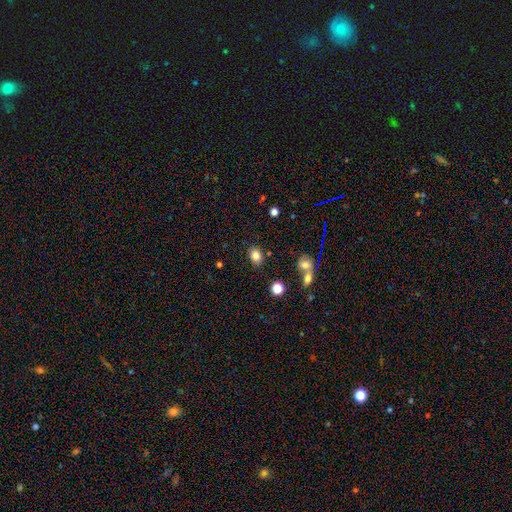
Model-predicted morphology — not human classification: A smooth galaxy with no disk features (82%) that is in between round and cigar-shaped (66%).

Vote fractions:
- Smooth or featured? smooth: 82% / star or artifact: 11% / featured or disk: 7%
- How rounded? in between: 66% / round: 33% / cigar-shaped: 1%
- Merging? none: 83% / minor disturbance: 10% / merger: 4% / major disturbance: 3%